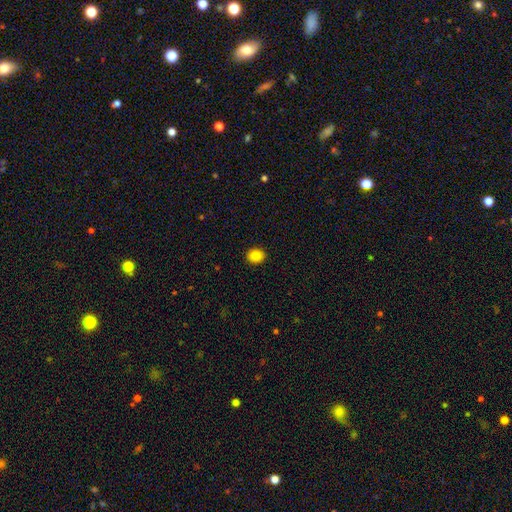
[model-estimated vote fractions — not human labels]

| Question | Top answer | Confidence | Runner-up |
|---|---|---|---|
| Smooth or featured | smooth | 85% | star or artifact (10%) |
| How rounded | round | 76% | in between (23%) |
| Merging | none | 92% | minor disturbance (5%) |